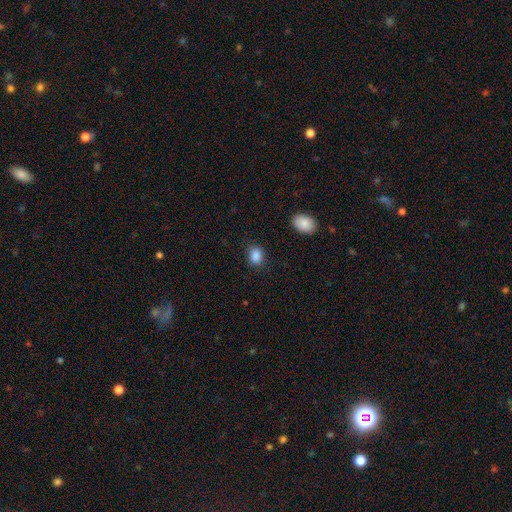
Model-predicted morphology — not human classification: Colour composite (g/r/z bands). It shows a smooth galaxy with no disk features (87%) that is in between round and cigar-shaped (55%). Merging: none (82%).